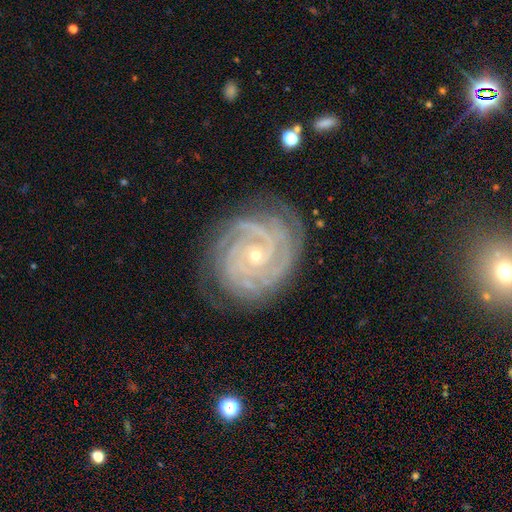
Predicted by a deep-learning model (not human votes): A featured or disk galaxy (91%) with no bar (75%), 4 (27%) tight (85%) spiral arms (99%) and a small central bulge (79%). Merging: none (78%).